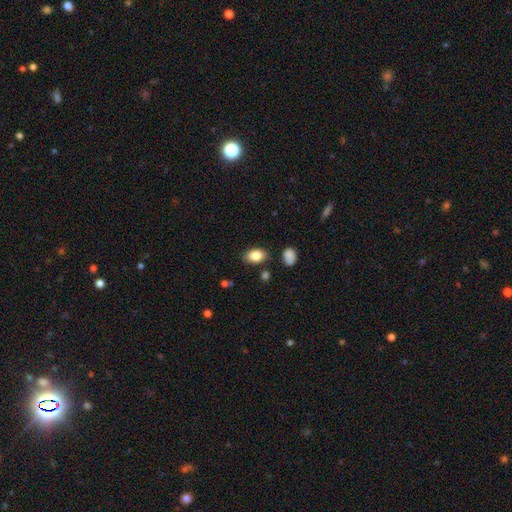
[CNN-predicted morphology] Smooth or featured? smooth (85%)
How rounded? in between (85%)
Merging? none (82%)